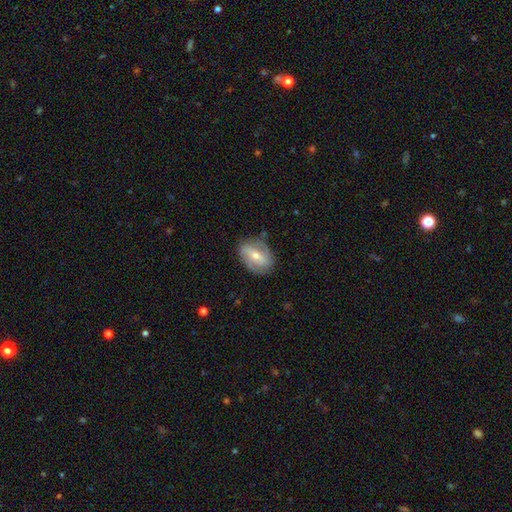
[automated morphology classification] This is likely a featured or disk galaxy (62%). It is clearly not viewed edge-on (93%). Bar: marginally strong (39%). Spiral arm pattern: likely yes (73%). Central bulge: possibly moderate (49%). Merging: likely none (73%).